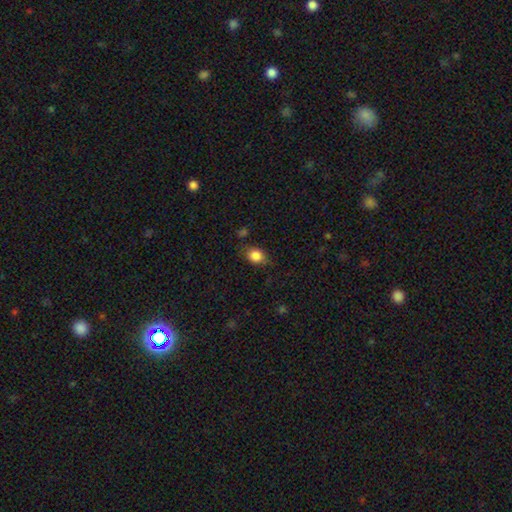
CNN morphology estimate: The model was most divided on "how rounded": in between: 54%, round: 45%, cigar-shaped: 1%. More confident: smooth or featured — smooth (85%); merging — none (73%).